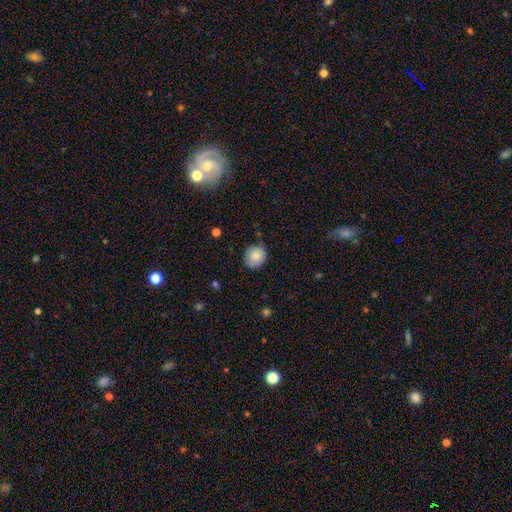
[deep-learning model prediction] The model was most divided on "how rounded": round: 79%, in between: 20%, cigar-shaped: 1%. More confident: smooth or featured — smooth (85%); merging — none (78%).